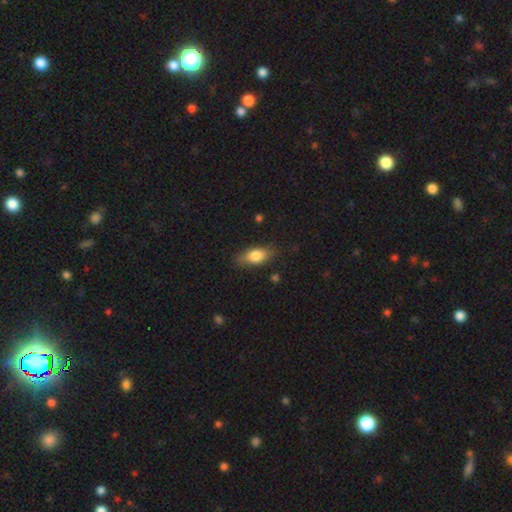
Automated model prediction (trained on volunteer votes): smooth_or_featured: smooth (p=0.79) [alt: featured or disk p=0.14]
how_rounded: in between (p=0.83) [alt: cigar-shaped p=0.11]
merging: none (p=0.79) [alt: minor disturbance p=0.16]